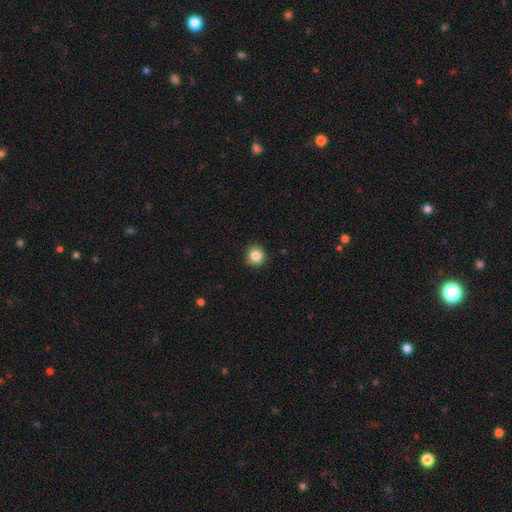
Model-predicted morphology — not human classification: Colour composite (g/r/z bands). It shows a smooth galaxy with no disk features (85%) that is round (91%). Merging: none (88%).